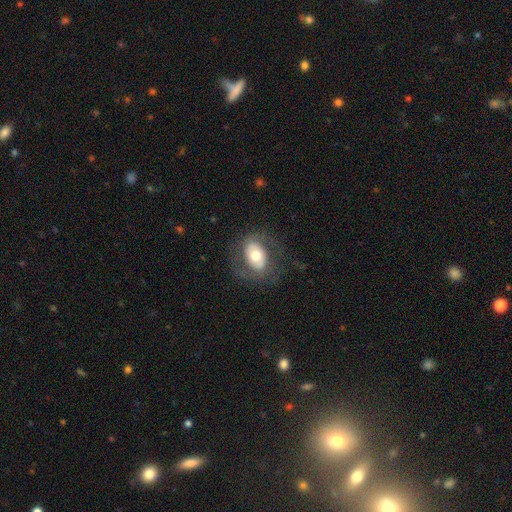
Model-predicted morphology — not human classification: This appears to be a smooth galaxy with no disk features (47%). Merging: none (68%).